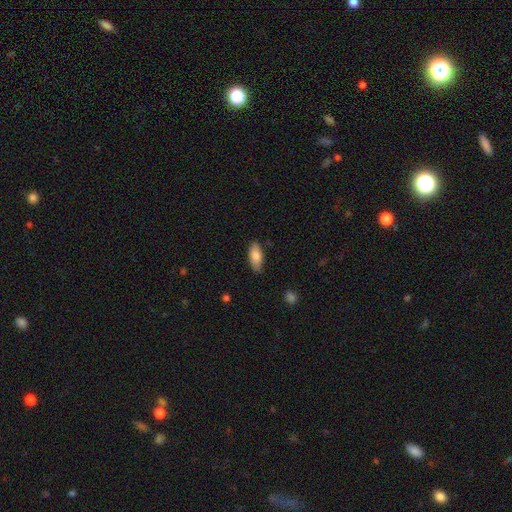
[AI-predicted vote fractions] smooth_or_featured: smooth (p=0.83) [alt: featured or disk p=0.11]
how_rounded: in between (p=0.84) [alt: cigar-shaped p=0.14]
merging: none (p=0.83) [alt: minor disturbance p=0.13]